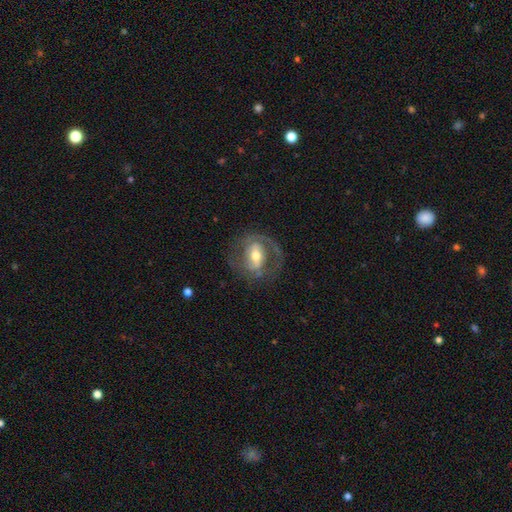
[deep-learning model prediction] The model was most divided on "bar": weak: 42%, strong: 35%, no: 24%. Remaining: edge-on disk — no (96%); spiral arms — yes (89%); smooth or featured — featured or disk (79%); spiral arm count — 2 (74%); bulge size — moderate (67%); merging — none (67%); spiral winding — medium (48%).